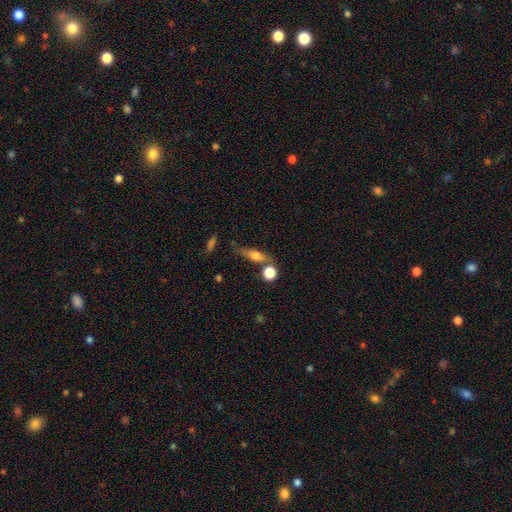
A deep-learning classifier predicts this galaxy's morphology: smooth 61%, featured or disk 30%, star or artifact 10%. Down the decision tree: how rounded — cigar-shaped (46%); merging — none (63%).